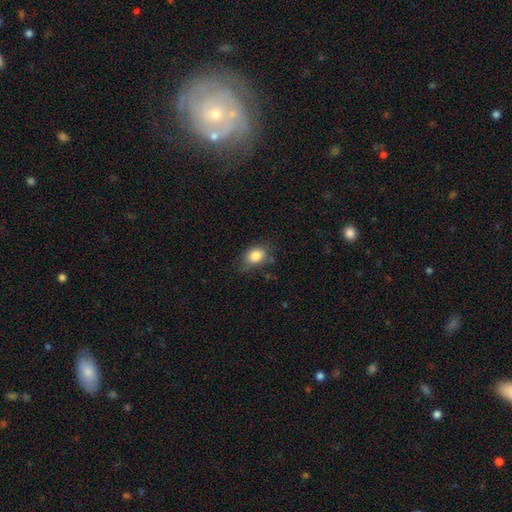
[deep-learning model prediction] Morphology: type=smooth (84%); roundness=in between (69%); merging=none (70%).